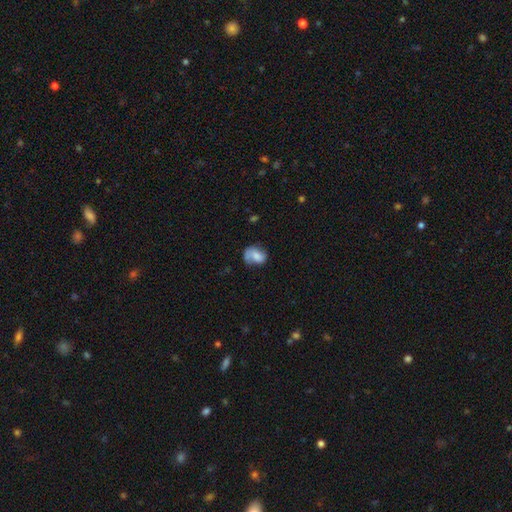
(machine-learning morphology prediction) The model was most divided on "merging": none: 41%, minor disturbance: 29%, major disturbance: 23%, merger: 6%. More confident: how rounded — in between (63%); smooth or featured — smooth (58%).